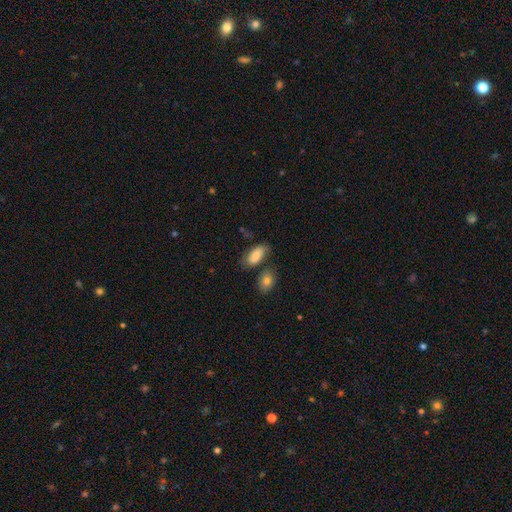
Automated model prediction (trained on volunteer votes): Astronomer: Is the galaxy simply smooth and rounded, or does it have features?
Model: smooth — 84%.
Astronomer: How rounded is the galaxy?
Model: in between — 90%.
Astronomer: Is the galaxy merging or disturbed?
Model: none — 60%.